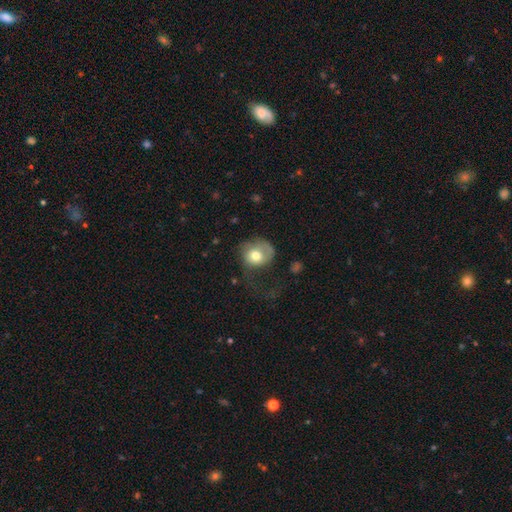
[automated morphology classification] type=smooth (66%); roundness=round (67%); merging=major disturbance (45%).